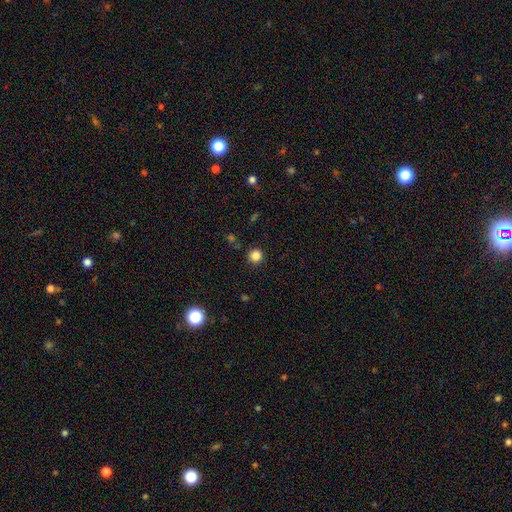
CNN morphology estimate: Smooth or featured? Predicted: smooth (p=0.84). How rounded? Predicted: round (p=0.95). Merging? Predicted: none (p=0.90).